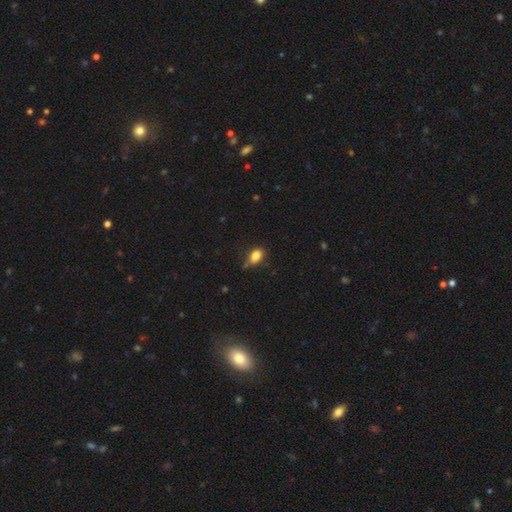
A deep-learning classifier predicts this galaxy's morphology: smooth-or-featured: smooth: 83% | star or artifact: 10% | featured or disk: 7%
  how-rounded: in between: 81% | round: 16% | cigar-shaped: 3%
  merging: none: 64% | minor disturbance: 26% | merger: 5% | major disturbance: 5%